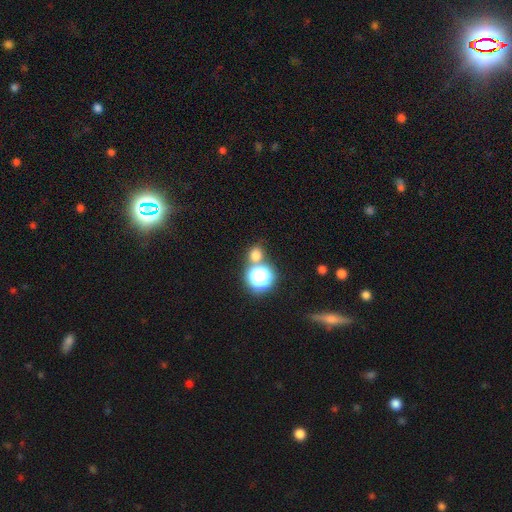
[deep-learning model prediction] Smooth or featured: smooth — 67% (star or artifact — 26%)
How rounded: round — 78% (in between — 20%)
Merging: none — 65% (merger — 23%)